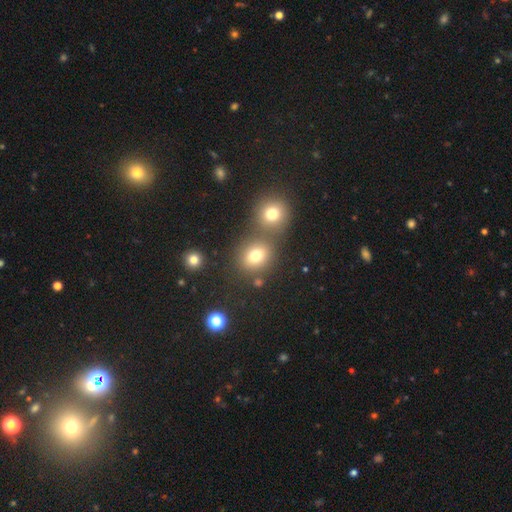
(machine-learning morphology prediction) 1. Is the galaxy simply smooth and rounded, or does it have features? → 75% smooth, 16% star or artifact, 9% featured or disk.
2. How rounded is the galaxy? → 73% round, 26% in between, 1% cigar-shaped.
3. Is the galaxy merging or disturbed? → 59% none, 29% merger, 8% minor disturbance, 4% major disturbance.